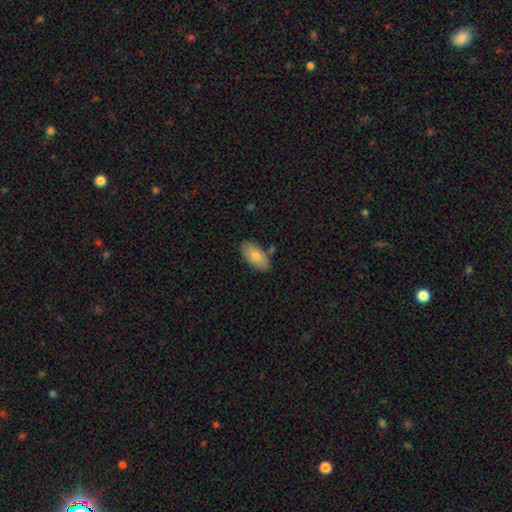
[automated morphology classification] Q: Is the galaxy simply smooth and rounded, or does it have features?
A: smooth — 79%.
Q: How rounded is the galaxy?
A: in between — 92%.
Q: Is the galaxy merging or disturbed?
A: none — 79%.